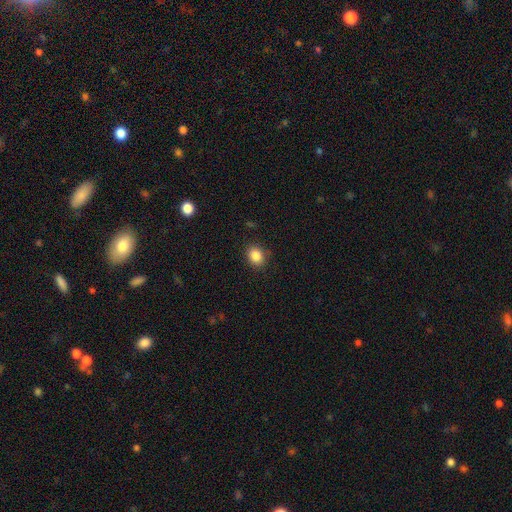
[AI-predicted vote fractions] Smooth or featured?
  - smooth: 86% *
  - star or artifact: 10%
  - featured or disk: 4%
How rounded?
  - round: 57% *
  - in between: 42%
  - cigar-shaped: 1%
Merging?
  - none: 86% *
  - minor disturbance: 10%
  - major disturbance: 3%
  - merger: 1%